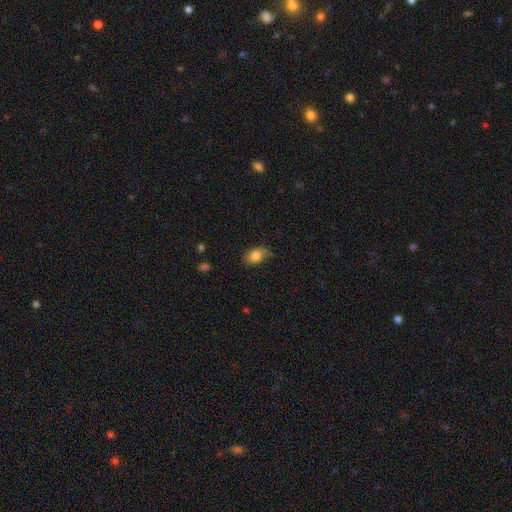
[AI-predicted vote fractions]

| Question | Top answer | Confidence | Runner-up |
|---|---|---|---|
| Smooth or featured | smooth | 83% | featured or disk (9%) |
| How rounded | in between | 83% | round (16%) |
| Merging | none | 70% | minor disturbance (24%) |